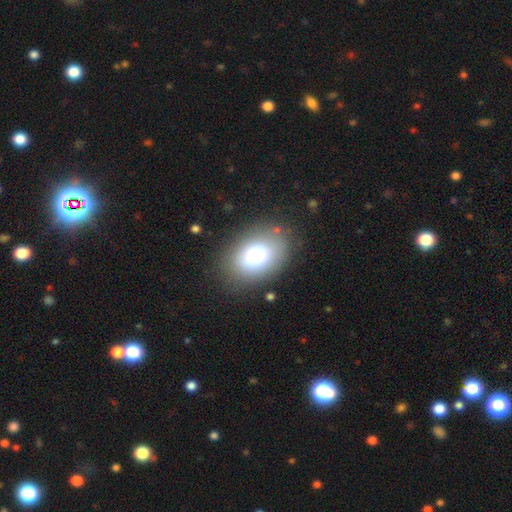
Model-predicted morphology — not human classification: A smooth galaxy with no disk features (73%) that is in between round and cigar-shaped (68%). Merging: none (82%).